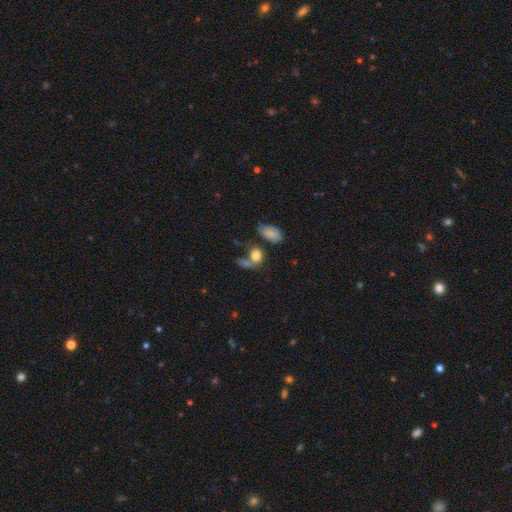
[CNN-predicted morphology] Smooth or featured?
  - smooth: 78% *
  - featured or disk: 11%
  - star or artifact: 11%
How rounded?
  - in between: 50% *
  - round: 48%
  - cigar-shaped: 3%
Merging?
  - none: 41% *
  - merger: 34%
  - minor disturbance: 14%
  - major disturbance: 11%